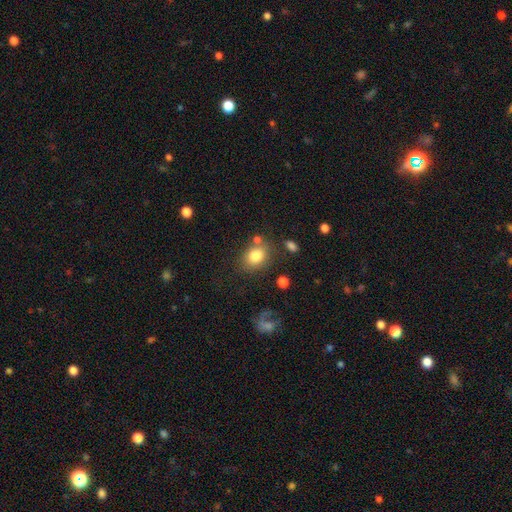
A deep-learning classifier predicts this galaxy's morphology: smooth 81%, star or artifact 10%, featured or disk 9%. Down the decision tree: how rounded — in between (58%); merging — none (71%).